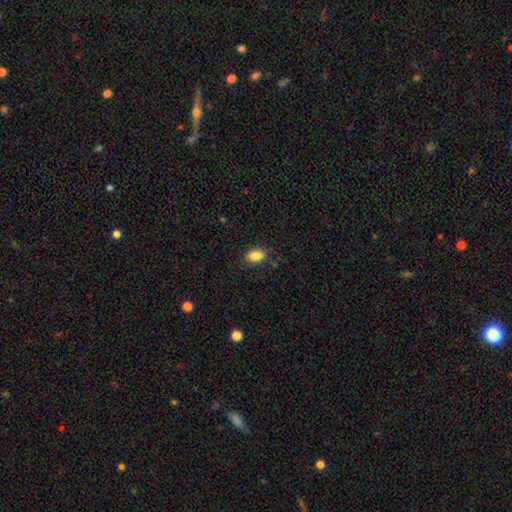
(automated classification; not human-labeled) Morphology: type=smooth (87%); roundness=in between (87%); merging=none (84%).